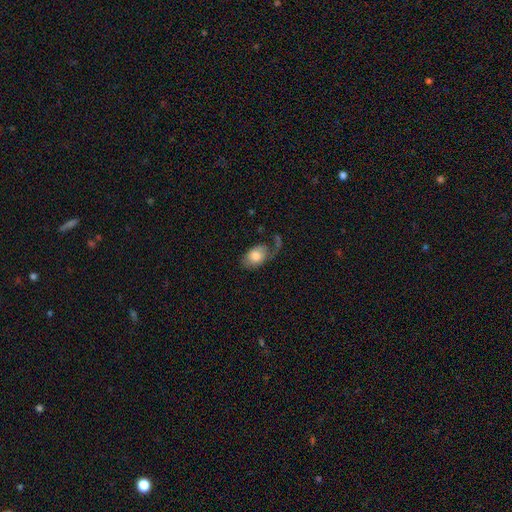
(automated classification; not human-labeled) Smooth or featured? Predicted: smooth (p=0.70). How rounded? Predicted: in between (p=0.84). Merging? Predicted: none (p=0.38).